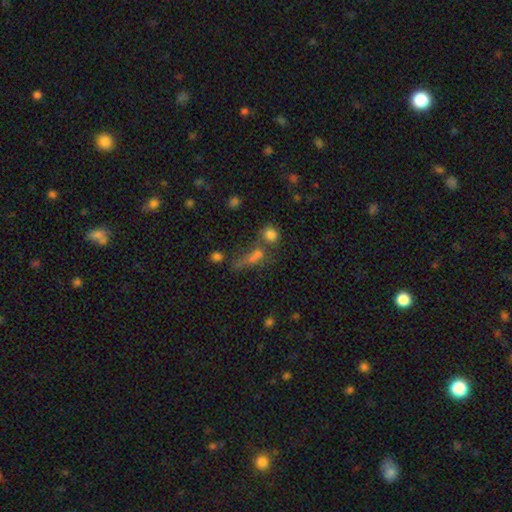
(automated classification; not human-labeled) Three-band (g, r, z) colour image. It shows a smooth galaxy with no disk features (54%) that is cigar-shaped (42%). Merging: none (47%).